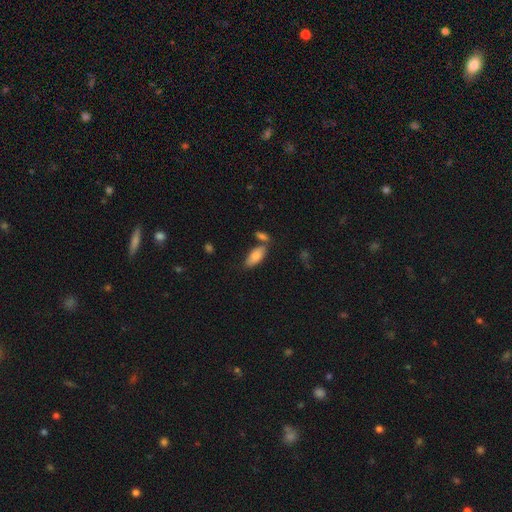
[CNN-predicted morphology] This is clearly a smooth galaxy (82%). How rounded: clearly in between (86%). Merging: likely none (65%).